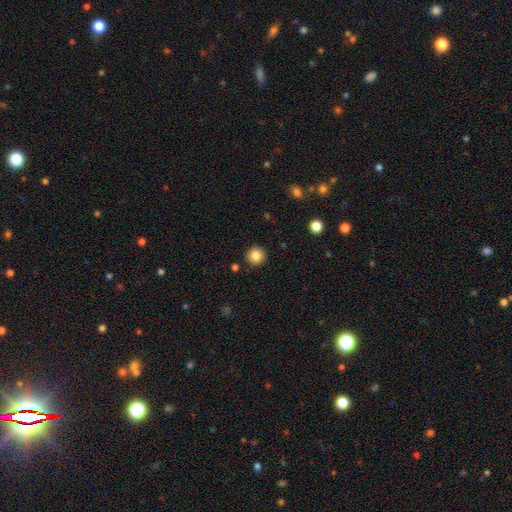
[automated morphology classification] smooth 84%, star or artifact 10%, featured or disk 6%. Down the decision tree: how rounded — round (95%); merging — none (91%).